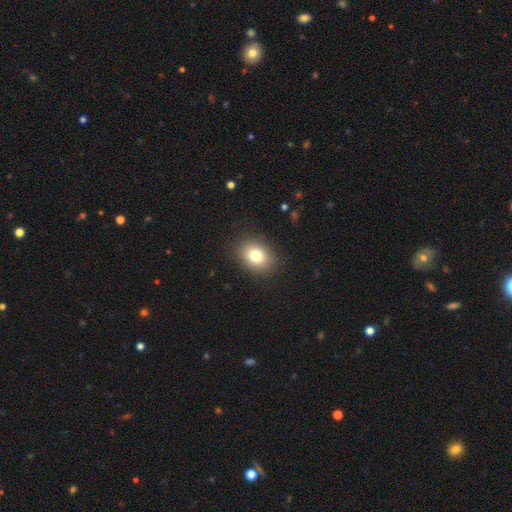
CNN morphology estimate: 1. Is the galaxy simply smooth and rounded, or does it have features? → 79% smooth, 11% star or artifact, 10% featured or disk.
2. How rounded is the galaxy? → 57% in between, 42% round, 1% cigar-shaped.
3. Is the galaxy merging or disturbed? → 88% none, 8% minor disturbance, 3% major disturbance, 1% merger.